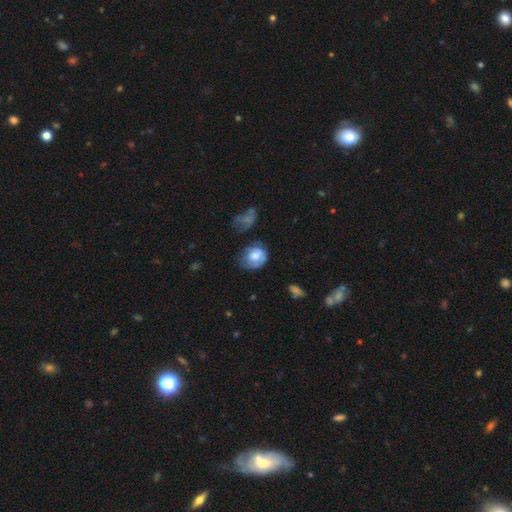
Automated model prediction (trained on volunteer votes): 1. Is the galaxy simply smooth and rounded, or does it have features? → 59% smooth, 34% featured or disk, 8% star or artifact.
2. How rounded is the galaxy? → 55% round, 44% in between, 1% cigar-shaped.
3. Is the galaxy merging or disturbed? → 47% none, 31% minor disturbance, 19% major disturbance, 4% merger.